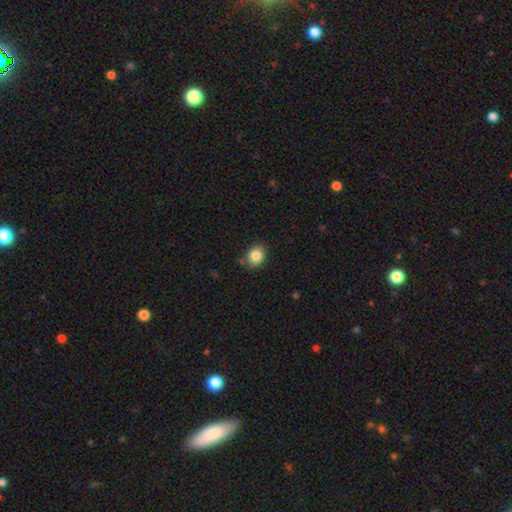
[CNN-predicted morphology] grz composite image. It shows a smooth galaxy with no disk features (85%) that is round (55%). Merging: none (82%).